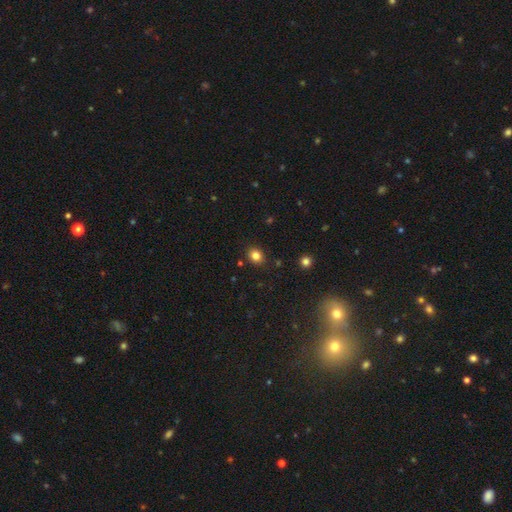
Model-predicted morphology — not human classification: Smooth or featured? smooth (82%)
How rounded? round (61%)
Merging? none (87%)